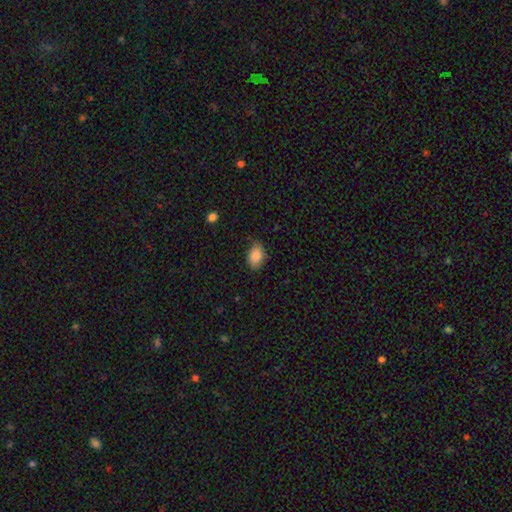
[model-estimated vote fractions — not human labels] Morphology: type=smooth (87%); roundness=in between (86%); merging=none (76%).